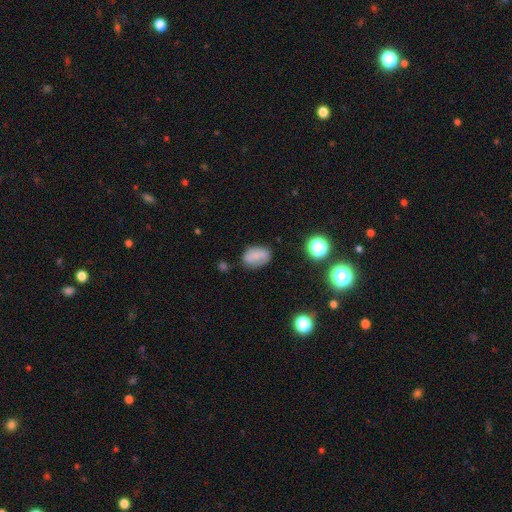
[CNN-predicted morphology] This is likely a smooth galaxy (69%). How rounded: clearly in between (83%). Merging: likely none (70%).